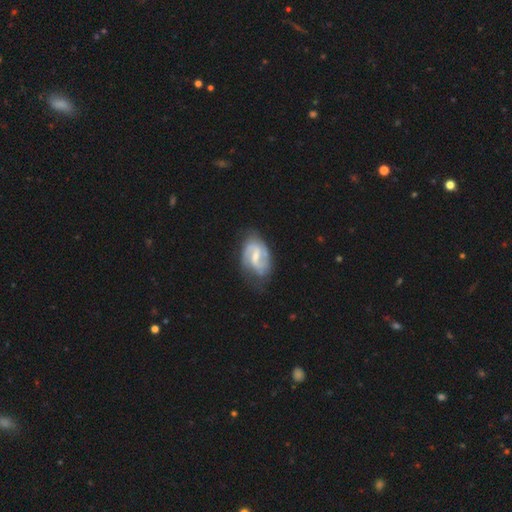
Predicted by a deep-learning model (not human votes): Morphology: type=featured or disk (84%); edge-on=no (98%); bar=weak (59%); spiral arms=yes (95%); winding=medium (49%); arm count=2 (84%); bulge=small (49%); merging=none (65%).